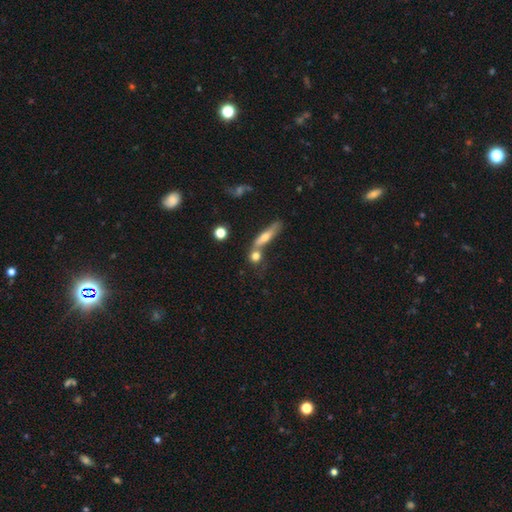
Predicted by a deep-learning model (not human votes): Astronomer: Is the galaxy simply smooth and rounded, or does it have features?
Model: smooth — 68%.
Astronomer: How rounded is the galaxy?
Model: round — 58%.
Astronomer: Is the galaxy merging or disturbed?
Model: none — 48% (runner-up: merger, 36%).